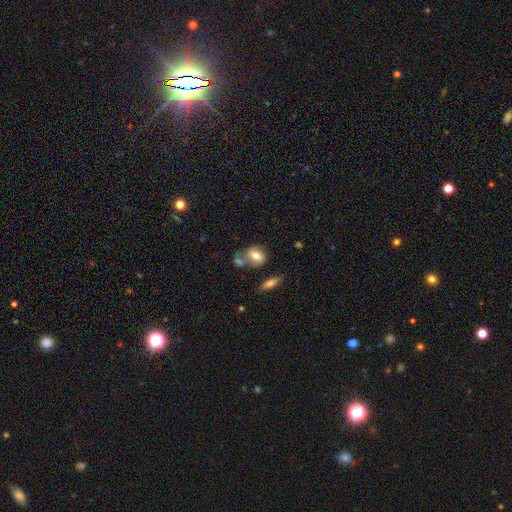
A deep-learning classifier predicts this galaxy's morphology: The model was most divided on "how rounded": in between: 54%, round: 44%, cigar-shaped: 2%. Remaining: smooth or featured — smooth (60%); merging — none (43%).